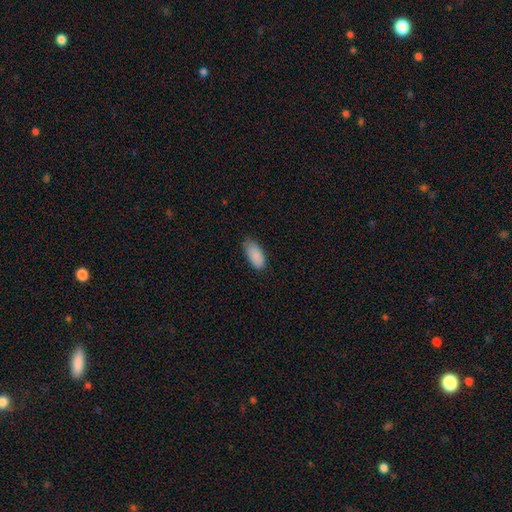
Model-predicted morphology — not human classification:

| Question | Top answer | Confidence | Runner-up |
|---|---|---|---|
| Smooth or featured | smooth | 89% | star or artifact (7%) |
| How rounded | in between | 92% | cigar-shaped (6%) |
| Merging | none | 68% | minor disturbance (27%) |